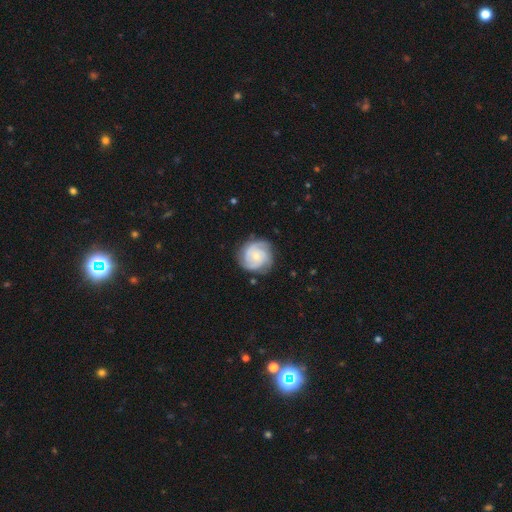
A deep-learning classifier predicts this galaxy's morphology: Smooth or featured: featured or disk — 77% (smooth — 17%)
Edge-on disk: no — 98% (yes — 2%)
Bar: no — 74% (weak — 23%)
Spiral arms: yes — 96% (no — 4%)
Spiral winding: tight — 62% (medium — 31%)
Spiral arm count: 3 — 45% (2 — 21%)
Bulge size: small — 60% (moderate — 35%)
Merging: none — 78% (minor disturbance — 16%)